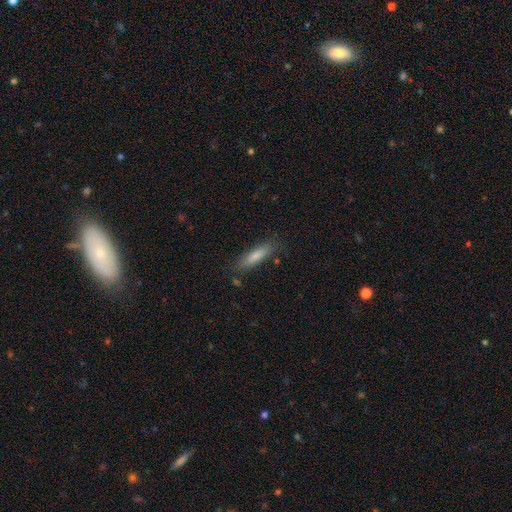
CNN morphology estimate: A smooth galaxy with no disk features (73%) that is cigar-shaped (79%).

Vote fractions:
- Smooth or featured? smooth: 73% / featured or disk: 19% / star or artifact: 8%
- How rounded? cigar-shaped: 79% / in between: 19% / round: 1%
- Merging? none: 83% / minor disturbance: 12% / major disturbance: 3% / merger: 2%